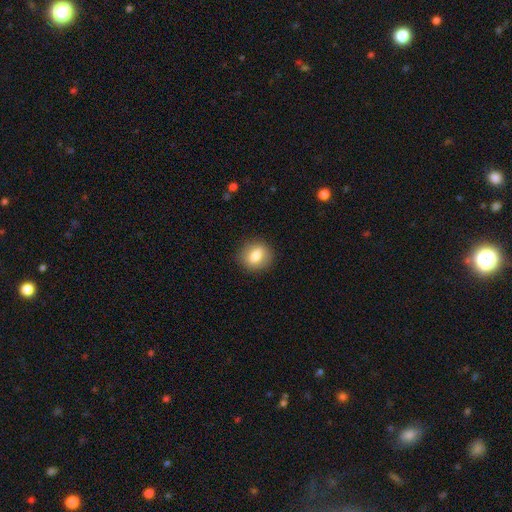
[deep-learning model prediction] smooth 79%, featured or disk 12%, star or artifact 8%. Down the decision tree: how rounded — round (68%); merging — none (88%).